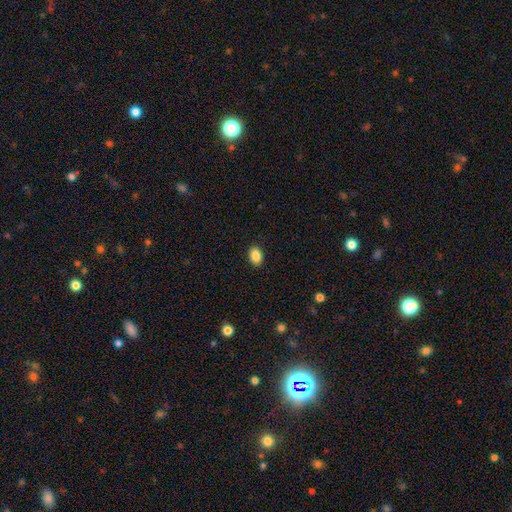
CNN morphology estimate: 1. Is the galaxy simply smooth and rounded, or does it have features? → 88% smooth, 8% star or artifact, 4% featured or disk.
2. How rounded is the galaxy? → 85% in between, 14% round, 1% cigar-shaped.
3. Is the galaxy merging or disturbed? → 90% none, 7% minor disturbance, 2% major disturbance, 1% merger.